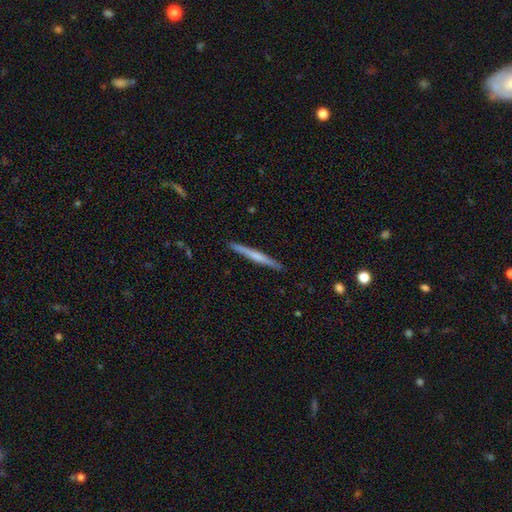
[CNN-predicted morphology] A featured or disk galaxy (52%) viewed edge-on (98%) with no central bulge (52%).

Vote fractions:
- Smooth or featured? featured or disk: 52% / smooth: 42% / star or artifact: 5%
- Edge-on disk? yes: 98% / no: 2%
- Edge-on bulge? none: 52% / rounded: 36% / boxy: 12%
- Merging? none: 92% / minor disturbance: 6% / major disturbance: 1% / merger: 1%